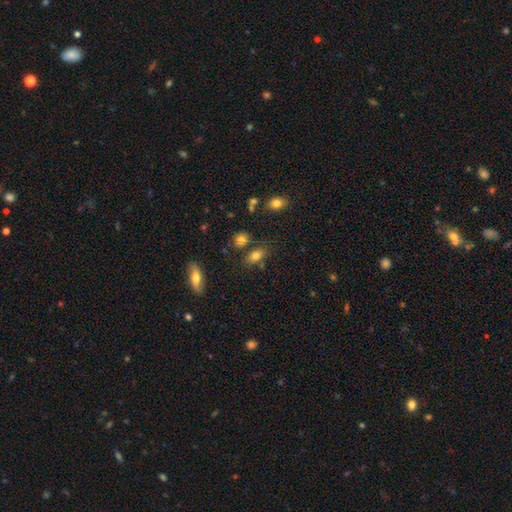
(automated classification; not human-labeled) This appears to be a smooth galaxy with no disk features (79%) that is in between round and cigar-shaped (82%). Merging: none (70%).